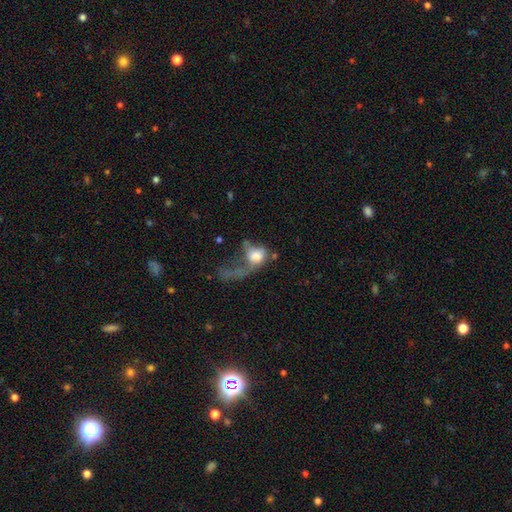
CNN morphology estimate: This appears to be a smooth galaxy with no disk features (60%) that is in between round and cigar-shaped (58%). Merging: major disturbance (66%).